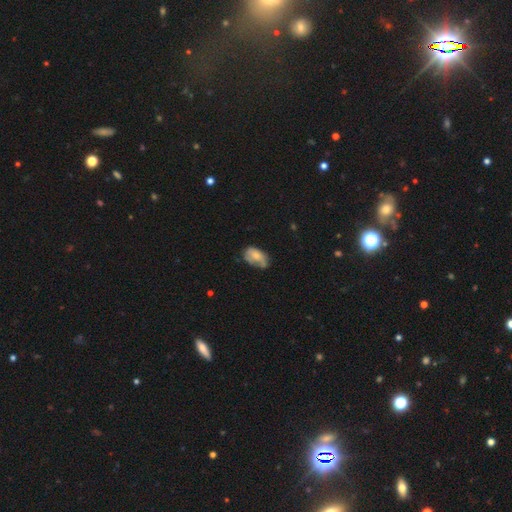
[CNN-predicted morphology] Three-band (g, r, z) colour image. It shows a smooth galaxy with no disk features (59%) that is in between round and cigar-shaped (91%). Merging: none (40%).